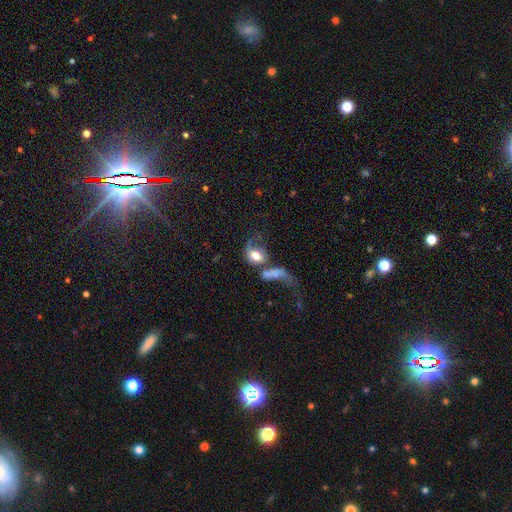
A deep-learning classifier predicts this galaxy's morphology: Smooth or featured? Predicted: smooth (p=0.58). How rounded? Predicted: in between (p=0.67). Merging? Predicted: merger (p=0.46).